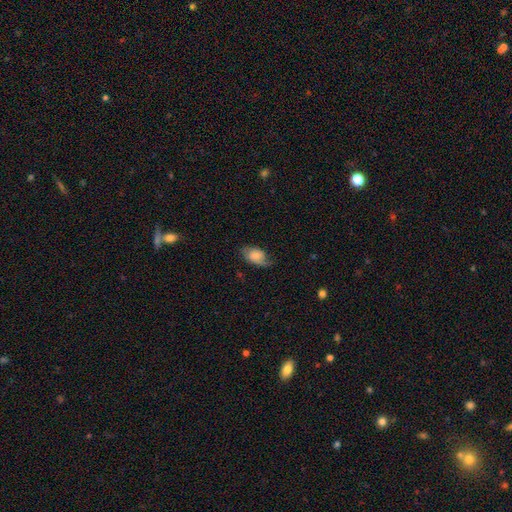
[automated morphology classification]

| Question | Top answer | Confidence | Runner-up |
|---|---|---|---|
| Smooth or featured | smooth | 57% | featured or disk (35%) |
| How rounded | in between | 88% | round (10%) |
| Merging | none | 56% | minor disturbance (29%) |